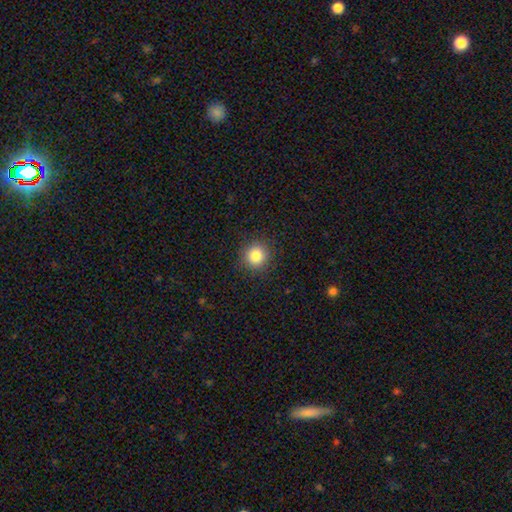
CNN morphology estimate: Overall: smooth (84%). How rounded: round (92%). Merging: none (91%).